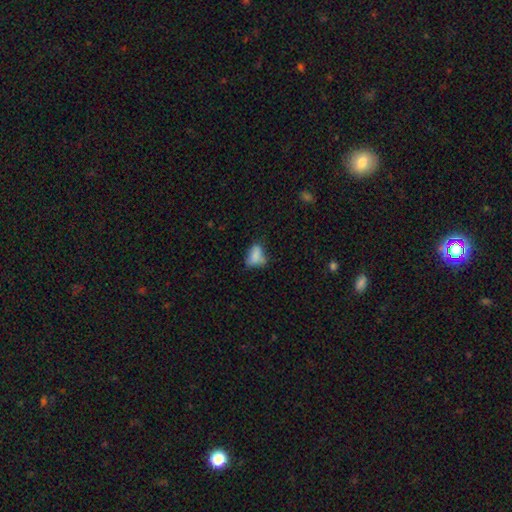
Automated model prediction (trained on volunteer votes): smooth 73%, featured or disk 15%, star or artifact 11%. Down the decision tree: how rounded — in between (84%); merging — none (39%).